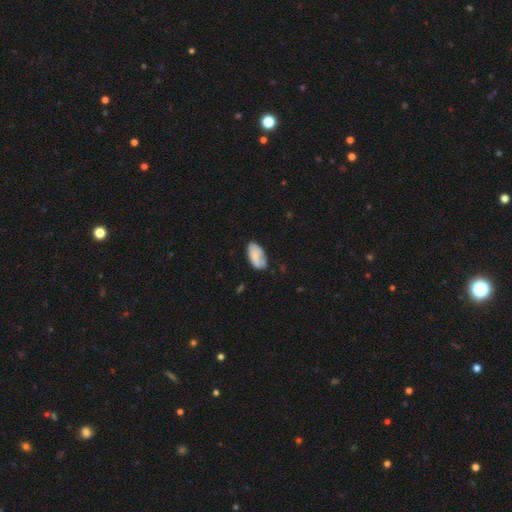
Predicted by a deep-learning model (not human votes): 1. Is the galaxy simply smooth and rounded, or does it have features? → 74% smooth, 19% featured or disk, 7% star or artifact.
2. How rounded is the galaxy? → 94% in between, 4% cigar-shaped, 3% round.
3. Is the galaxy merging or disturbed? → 61% none, 28% minor disturbance, 7% major disturbance, 4% merger.